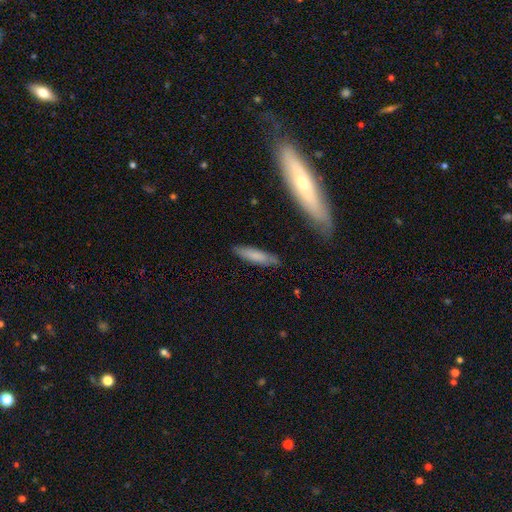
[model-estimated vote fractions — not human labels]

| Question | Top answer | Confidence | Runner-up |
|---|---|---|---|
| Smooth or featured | smooth | 73% | featured or disk (20%) |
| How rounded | cigar-shaped | 77% | in between (22%) |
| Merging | none | 80% | minor disturbance (14%) |